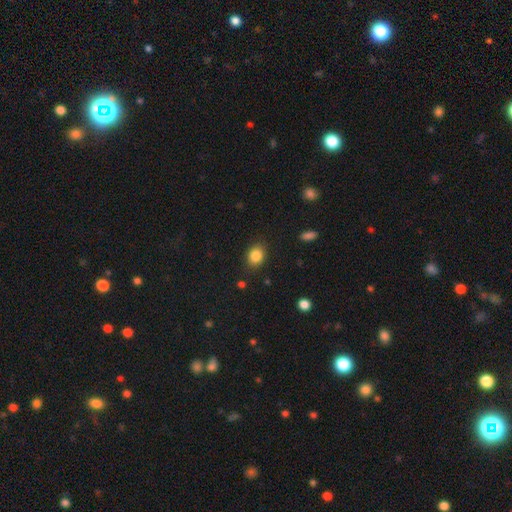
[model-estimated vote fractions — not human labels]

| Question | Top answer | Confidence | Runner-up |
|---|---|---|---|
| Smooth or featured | smooth | 86% | star or artifact (9%) |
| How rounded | in between | 53% | round (46%) |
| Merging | none | 85% | minor disturbance (11%) |